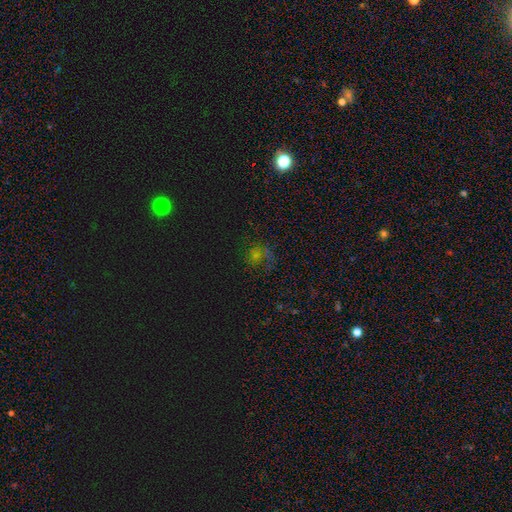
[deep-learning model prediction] This is marginally a star or artifact rather than a galaxy (43%).